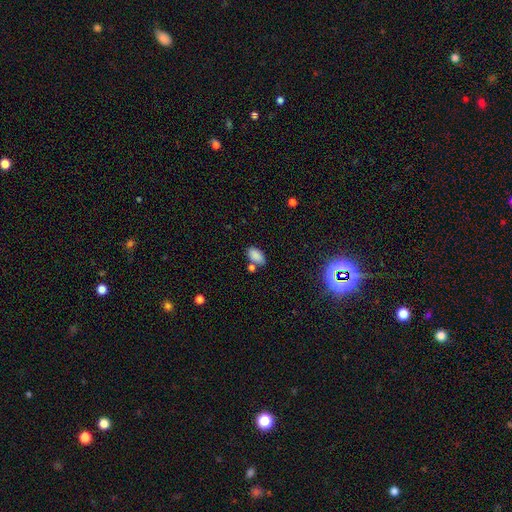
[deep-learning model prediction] A smooth galaxy with no disk features (85%) that is in between round and cigar-shaped (92%). Merging: none (67%).